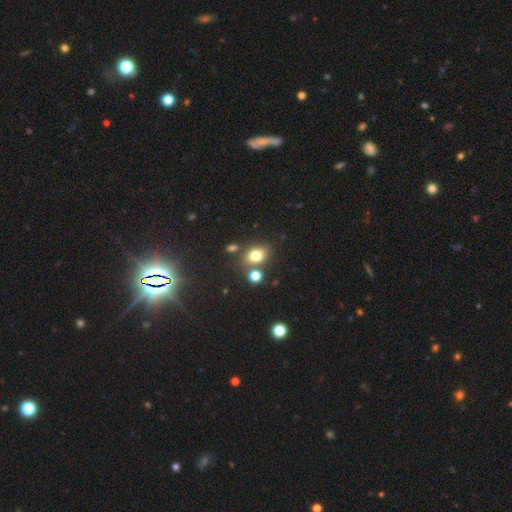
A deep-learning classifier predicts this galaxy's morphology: This appears to be a smooth galaxy with no disk features (77%) that is in between round and cigar-shaped (63%). Merging: none (68%).